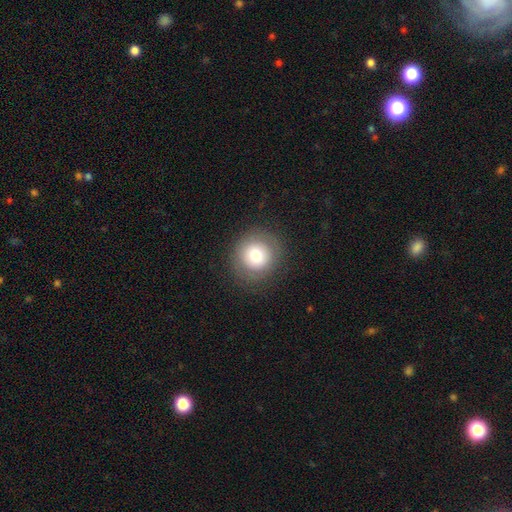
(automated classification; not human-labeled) Smooth or featured: smooth — 73% (featured or disk — 17%)
How rounded: round — 92% (in between — 7%)
Merging: none — 86% (minor disturbance — 8%)